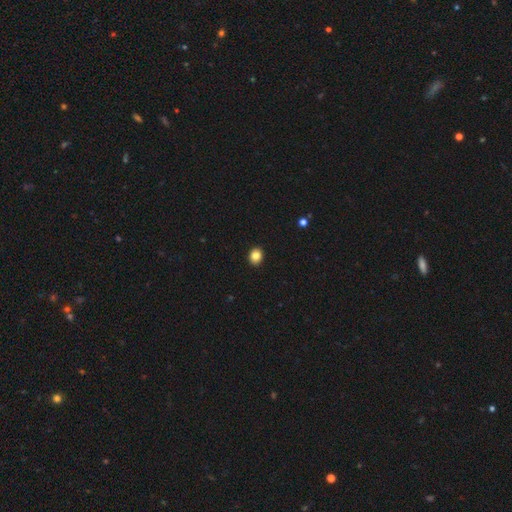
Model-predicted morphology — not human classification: type=smooth (85%); roundness=round (59%); merging=none (92%).